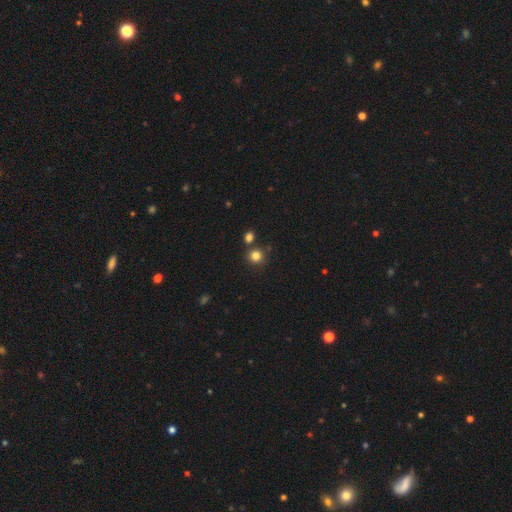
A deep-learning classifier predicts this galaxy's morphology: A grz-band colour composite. It shows a smooth galaxy with no disk features (82%) that is round (90%). Merging: none (77%).